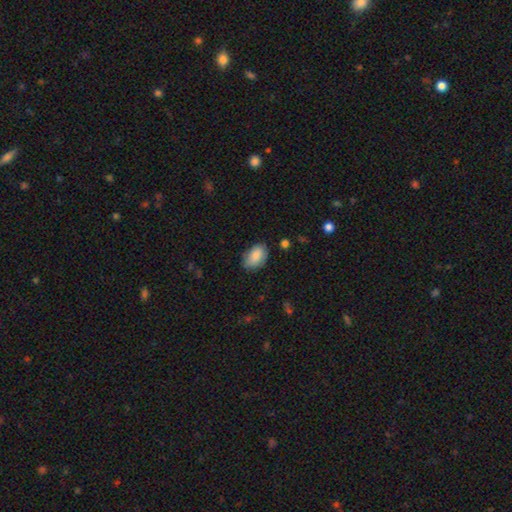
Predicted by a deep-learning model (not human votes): Smooth or featured?
  - smooth: 85% *
  - featured or disk: 9%
  - star or artifact: 7%
How rounded?
  - in between: 90% *
  - round: 9%
  - cigar-shaped: 1%
Merging?
  - none: 71% *
  - minor disturbance: 23%
  - major disturbance: 4%
  - merger: 2%